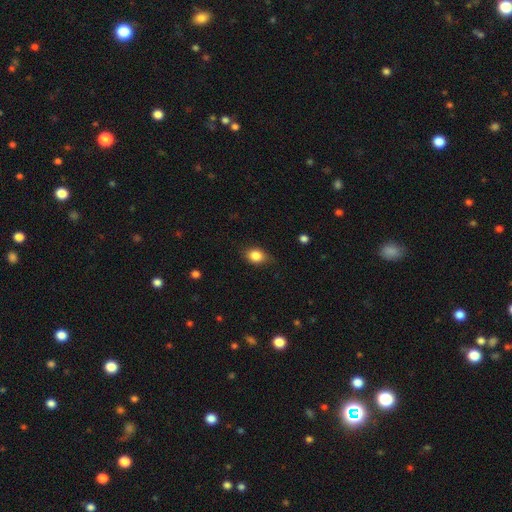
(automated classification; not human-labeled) smooth 85%, star or artifact 9%, featured or disk 7%. Down the decision tree: how rounded — in between (61%); merging — none (73%).